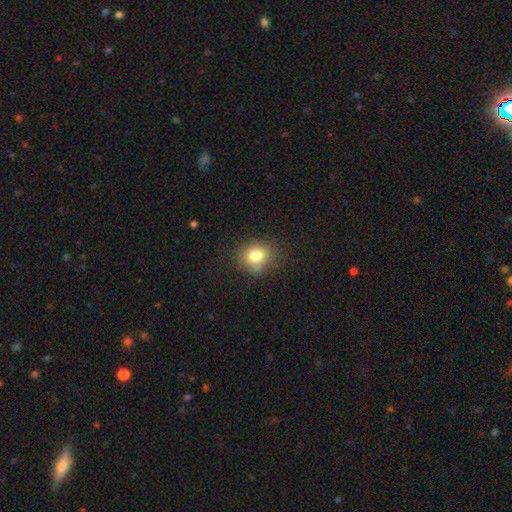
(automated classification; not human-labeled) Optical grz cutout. It shows a smooth galaxy with no disk features (79%) that is round (68%). Merging: none (73%).